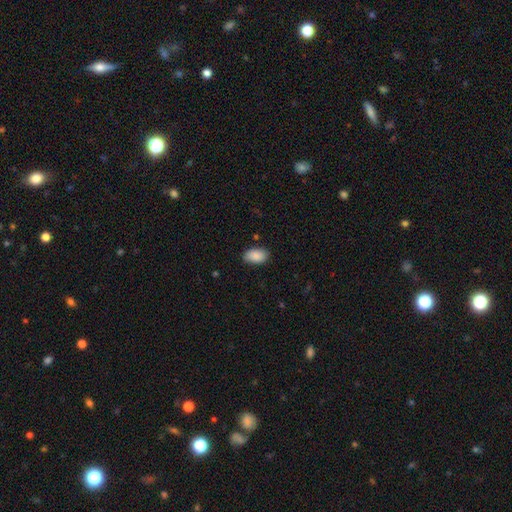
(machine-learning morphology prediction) Overall: smooth (89%). How rounded: in between (93%). Merging: none (81%).